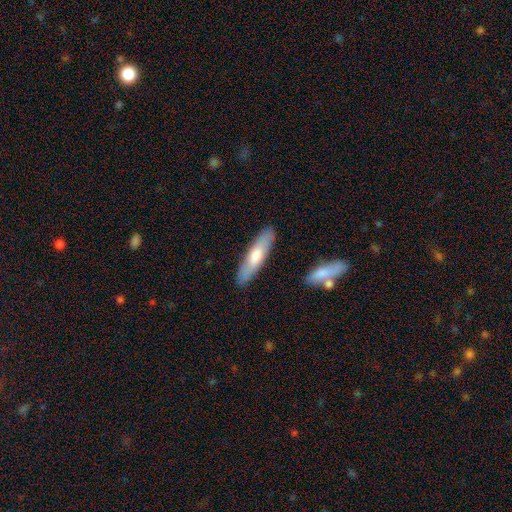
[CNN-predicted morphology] Q: Smooth or featured?
A: smooth (60%); runner-up: featured or disk (34%)
Q: How rounded?
A: cigar-shaped (71%); runner-up: in between (28%)
Q: Merging?
A: none (86%); runner-up: minor disturbance (10%)